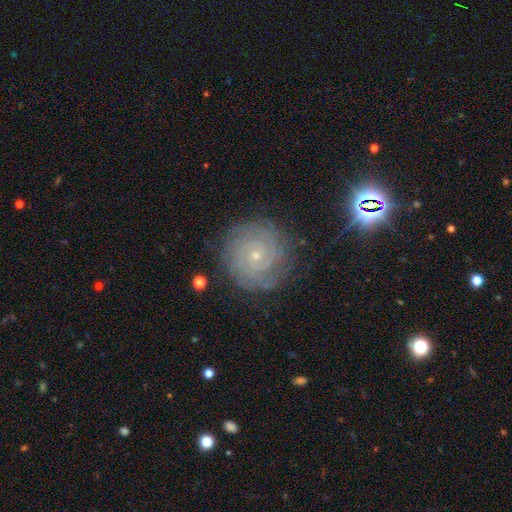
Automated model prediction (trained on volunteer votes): Morphology: type=featured or disk (82%); edge-on=no (98%); bar=no (77%); spiral arms=yes (97%); winding=tight (81%); arm count=2 (39%); bulge=small (85%); merging=none (82%).